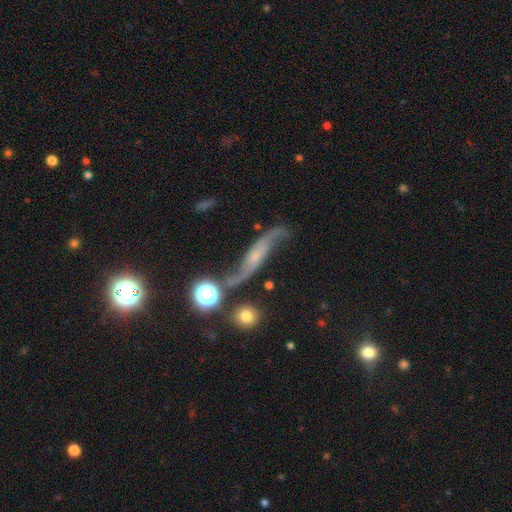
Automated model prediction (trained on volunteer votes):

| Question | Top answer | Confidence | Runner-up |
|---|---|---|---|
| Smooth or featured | featured or disk | 79% | smooth (11%) |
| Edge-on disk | no | 76% | yes (24%) |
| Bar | no | 54% | weak (33%) |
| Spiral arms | yes | 94% | no (6%) |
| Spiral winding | loose | 84% | medium (12%) |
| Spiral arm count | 2 | 92% | can't tell (3%) |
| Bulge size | small | 54% | moderate (27%) |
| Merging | none | 63% | minor disturbance (20%) |